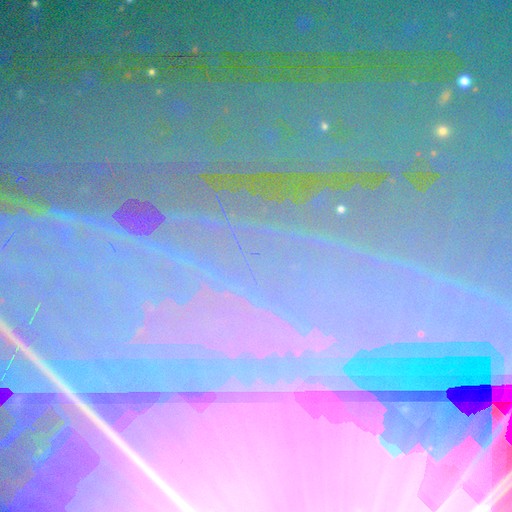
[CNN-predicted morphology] Smooth or featured? Predicted: star or artifact (p=0.79).